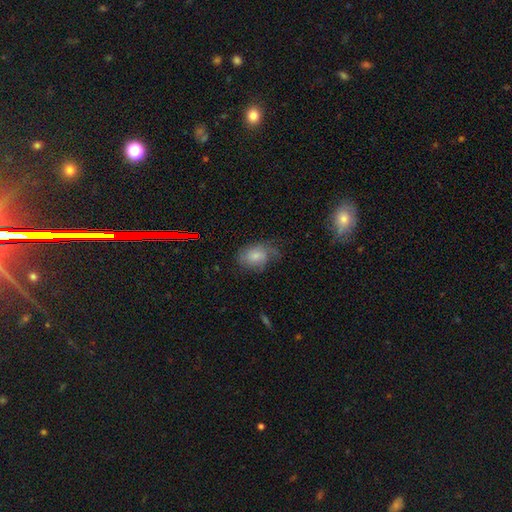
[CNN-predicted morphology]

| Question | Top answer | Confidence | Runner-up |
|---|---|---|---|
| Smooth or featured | smooth | 61% | featured or disk (30%) |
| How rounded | in between | 74% | round (25%) |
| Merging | none | 44% | minor disturbance (32%) |